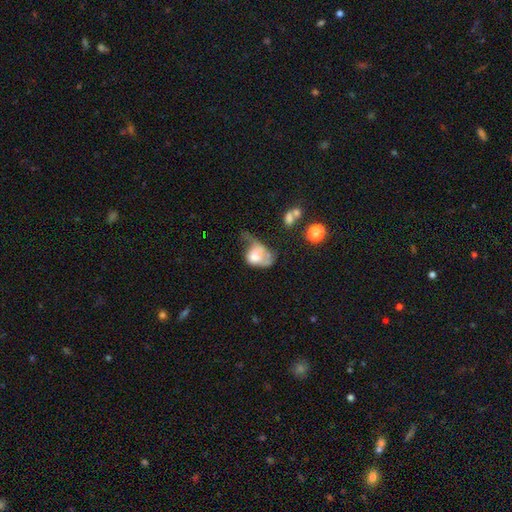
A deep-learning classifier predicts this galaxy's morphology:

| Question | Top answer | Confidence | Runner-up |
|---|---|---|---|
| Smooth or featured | smooth | 51% | featured or disk (39%) |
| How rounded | in between | 65% | round (33%) |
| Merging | major disturbance | 49% | merger (22%) |